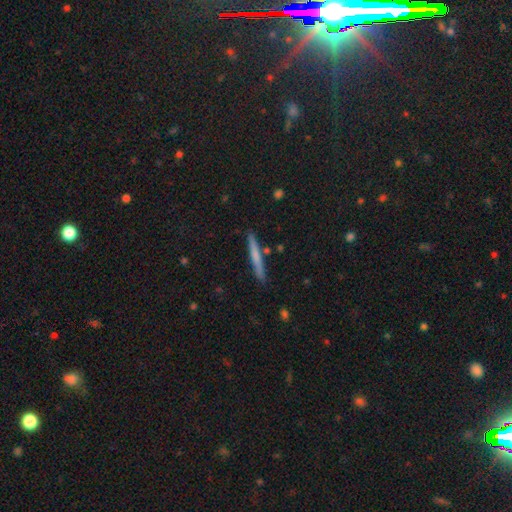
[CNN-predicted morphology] A smooth galaxy with no disk features (60%) that is cigar-shaped (96%). Merging: none (87%).